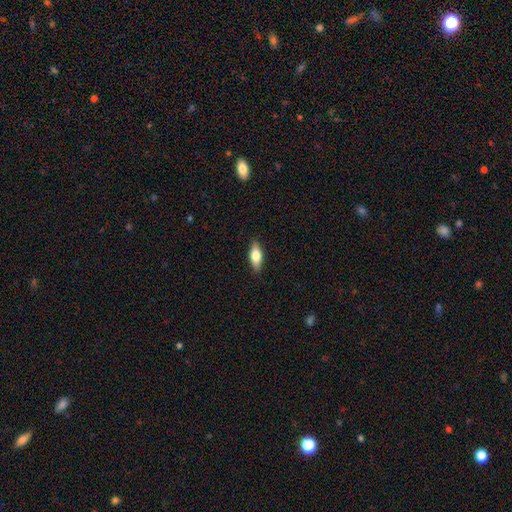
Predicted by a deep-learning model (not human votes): Smooth or featured: smooth — 70% (featured or disk — 24%)
How rounded: in between — 74% (cigar-shaped — 23%)
Merging: none — 88% (minor disturbance — 9%)